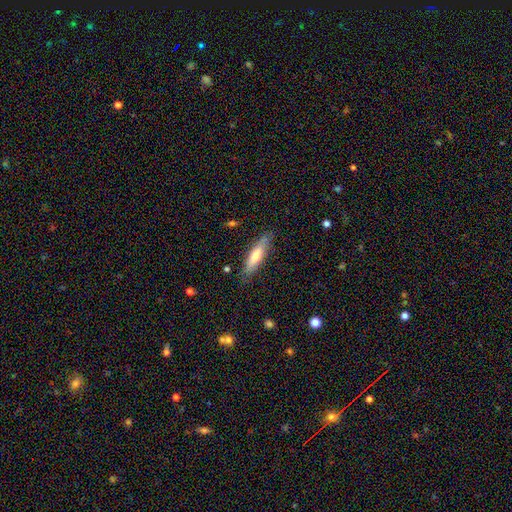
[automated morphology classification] smooth-or-featured: smooth: 60% | featured or disk: 34% | star or artifact: 6%
  how-rounded: cigar-shaped: 71% | in between: 27% | round: 2%
  merging: none: 82% | minor disturbance: 14% | major disturbance: 3% | merger: 2%